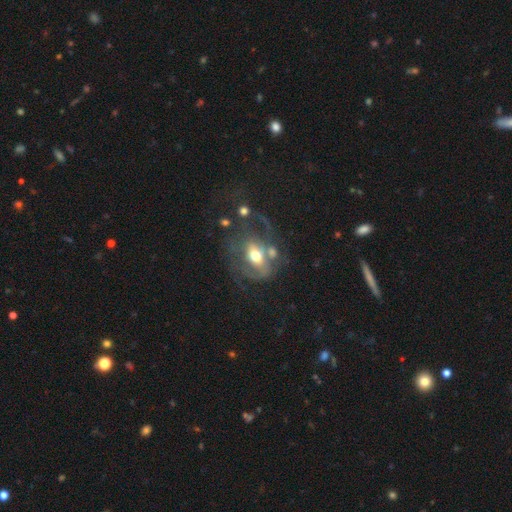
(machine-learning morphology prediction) featured or disk 59%, smooth 33%, star or artifact 9%. Down the decision tree: edge-on disk — no (93%); bar — no (53%); spiral arms — yes (53%); bulge size — moderate (68%); merging — major disturbance (32%).